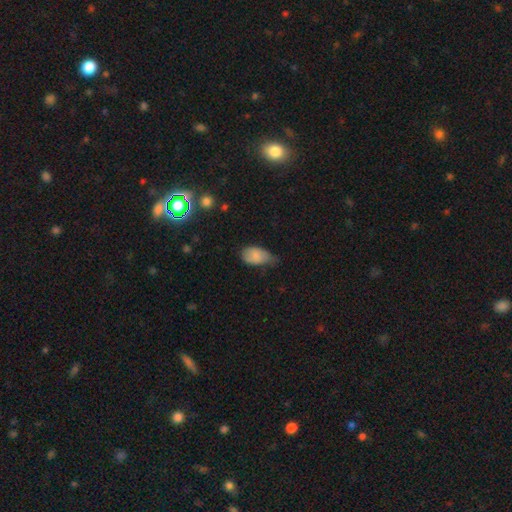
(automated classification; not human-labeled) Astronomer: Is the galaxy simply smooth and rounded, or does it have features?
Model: smooth — 81%.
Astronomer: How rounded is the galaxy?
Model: in between — 91%.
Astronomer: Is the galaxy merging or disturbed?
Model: minor disturbance — 51% (runner-up: none, 32%).